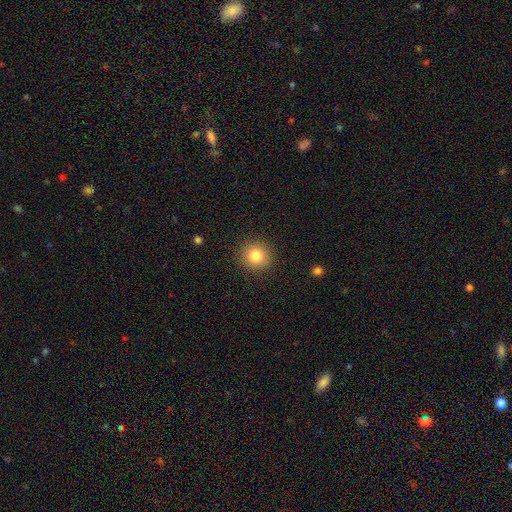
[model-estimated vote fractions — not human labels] Overall: smooth (82%). How rounded: round (93%). Merging: none (91%).